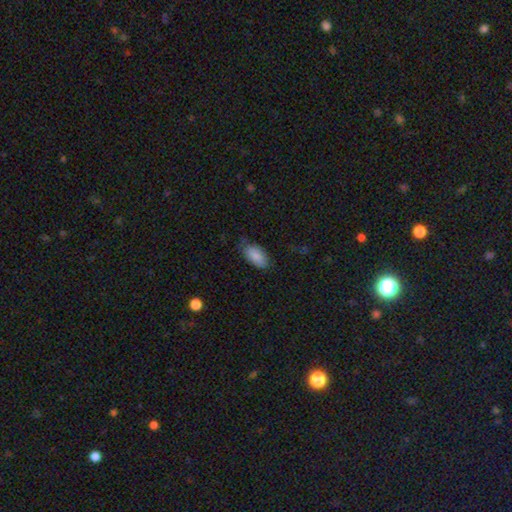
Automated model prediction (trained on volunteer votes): Smooth or featured?
  - smooth: 86% *
  - featured or disk: 8%
  - star or artifact: 6%
How rounded?
  - in between: 94% *
  - cigar-shaped: 3%
  - round: 3%
Merging?
  - none: 67% *
  - minor disturbance: 25%
  - major disturbance: 6%
  - merger: 2%